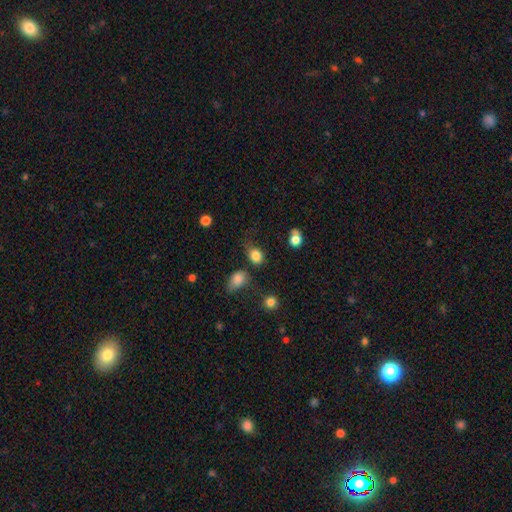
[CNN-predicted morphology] type=smooth (83%); roundness=in between (53%); merging=none (47%).